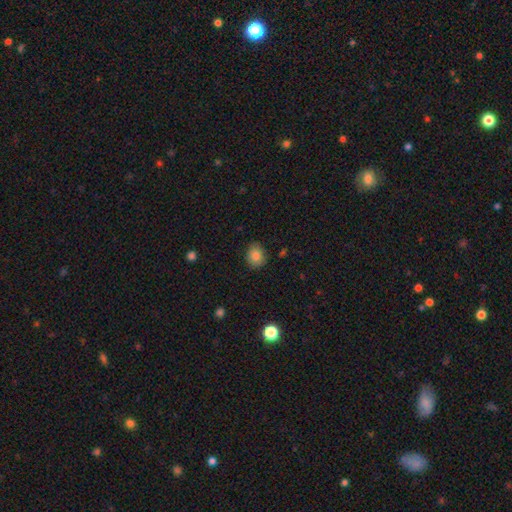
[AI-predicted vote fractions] Q: Smooth or featured?
A: smooth (84%); runner-up: star or artifact (10%)
Q: How rounded?
A: round (55%); runner-up: in between (44%)
Q: Merging?
A: none (84%); runner-up: minor disturbance (12%)